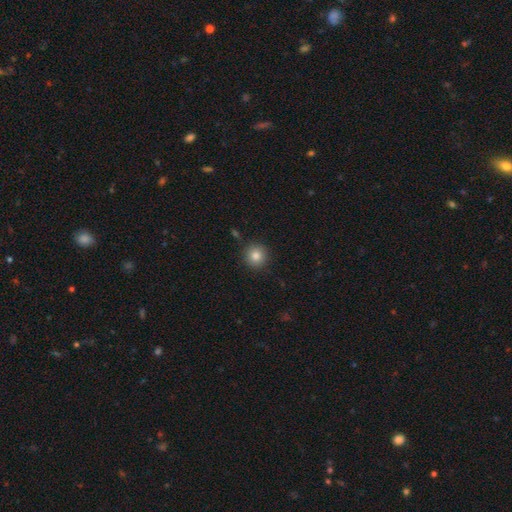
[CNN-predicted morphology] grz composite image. It shows a smooth galaxy with no disk features (84%) that is round (93%). Merging: none (89%).